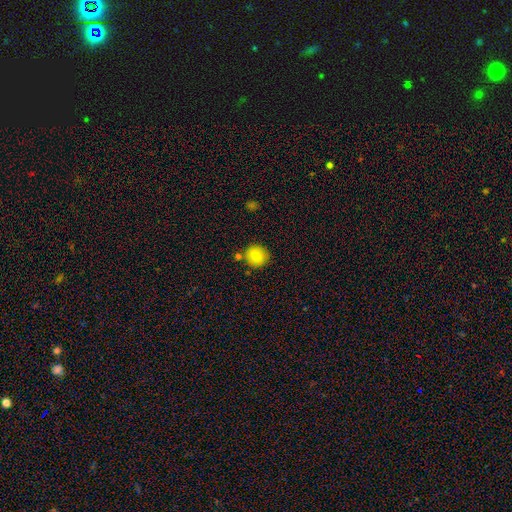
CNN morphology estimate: smooth 81%, featured or disk 10%, star or artifact 9%. Down the decision tree: how rounded — round (87%); merging — none (77%).